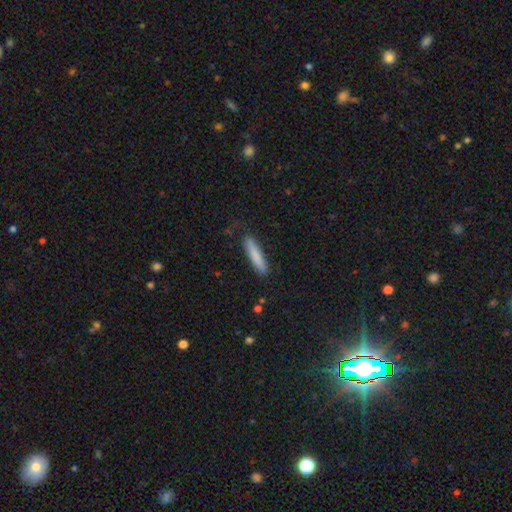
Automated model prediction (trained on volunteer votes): Overall: smooth (83%). How rounded: cigar-shaped (89%). Merging: none (85%).